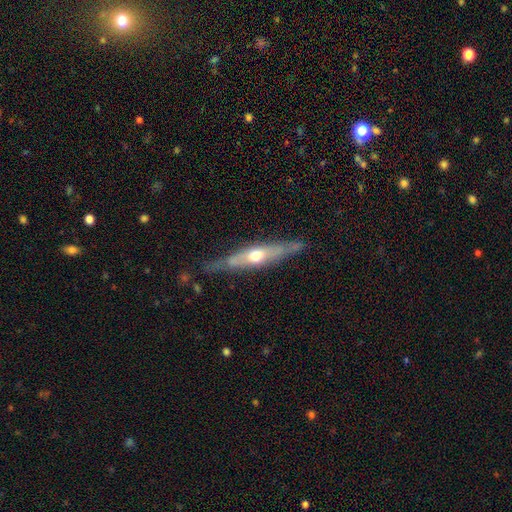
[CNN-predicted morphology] The model was most divided on "smooth or featured": featured or disk: 71%, smooth: 24%, star or artifact: 6%. More confident: edge-on disk — yes (88%); edge-on bulge — rounded (87%); merging — none (78%).